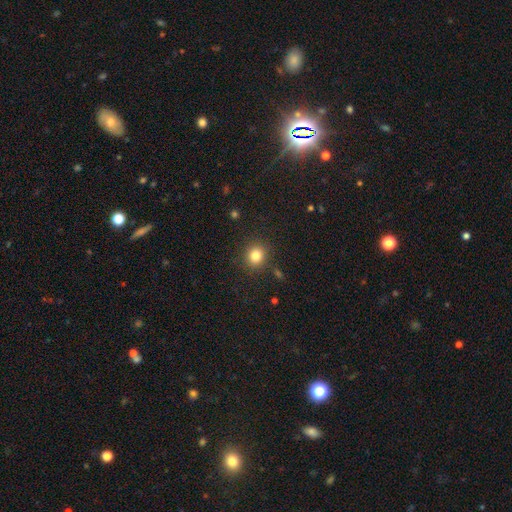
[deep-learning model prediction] smooth 83%, star or artifact 12%, featured or disk 6%. Down the decision tree: how rounded — round (87%); merging — none (88%).